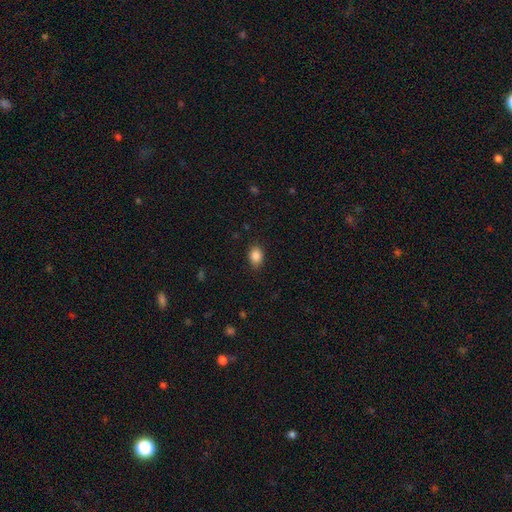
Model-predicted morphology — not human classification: The model was most divided on "how rounded": in between: 70%, round: 29%, cigar-shaped: 1%. More confident: smooth or featured — smooth (87%); merging — none (83%).